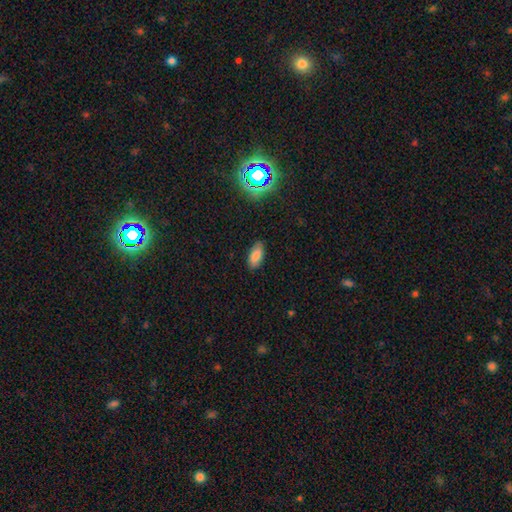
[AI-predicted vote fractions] A smooth galaxy with no disk features (81%) that is in between round and cigar-shaped (90%).

Vote fractions:
- Smooth or featured? smooth: 81% / star or artifact: 11% / featured or disk: 8%
- How rounded? in between: 90% / cigar-shaped: 7% / round: 3%
- Merging? none: 83% / minor disturbance: 13% / major disturbance: 2% / merger: 1%